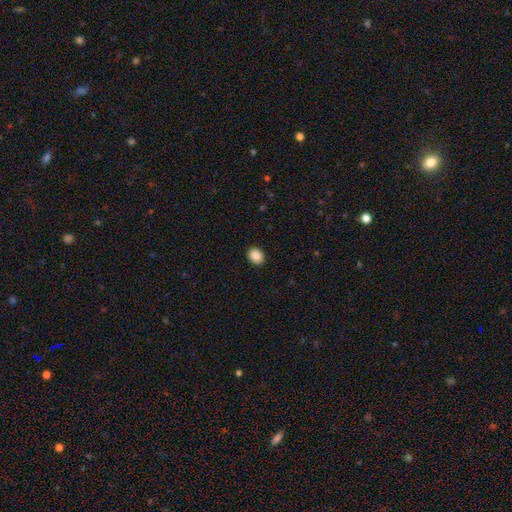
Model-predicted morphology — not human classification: A smooth galaxy with no disk features (89%) that is in between round and cigar-shaped (51%).

Vote fractions:
- Smooth or featured? smooth: 89% / star or artifact: 8% / featured or disk: 3%
- How rounded? in between: 51% / round: 48% / cigar-shaped: 1%
- Merging? none: 91% / minor disturbance: 6% / major disturbance: 2% / merger: 1%